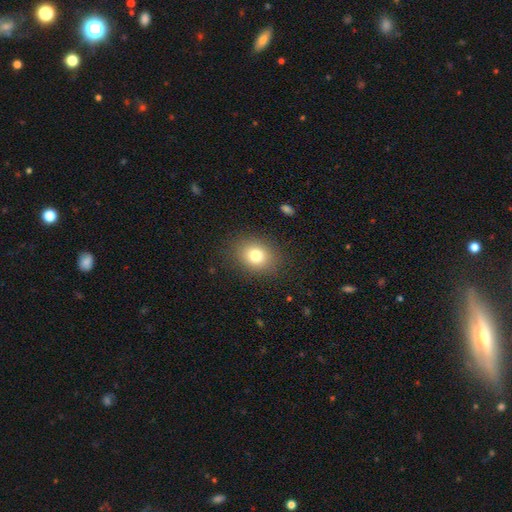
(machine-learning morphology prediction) smooth_or_featured: smooth (p=0.78) [alt: star or artifact p=0.12]
how_rounded: round (p=0.51) [alt: in between p=0.48]
merging: none (p=0.86) [alt: minor disturbance p=0.09]